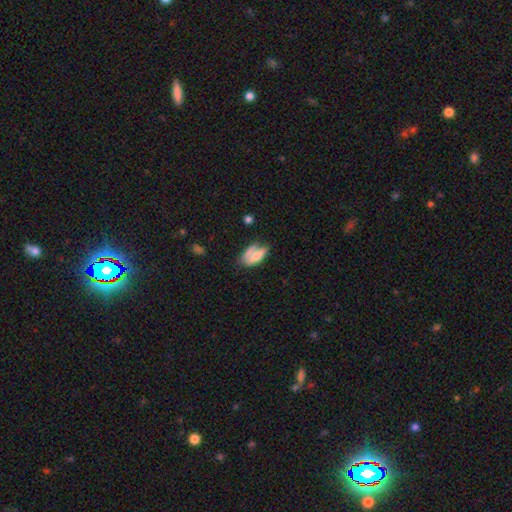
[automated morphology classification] A smooth galaxy with no disk features (61%) that is in between round and cigar-shaped (73%).

Vote fractions:
- Smooth or featured? smooth: 61% / featured or disk: 30% / star or artifact: 9%
- How rounded? in between: 73% / cigar-shaped: 21% / round: 5%
- Merging? none: 40% / minor disturbance: 24% / merger: 20% / major disturbance: 16%